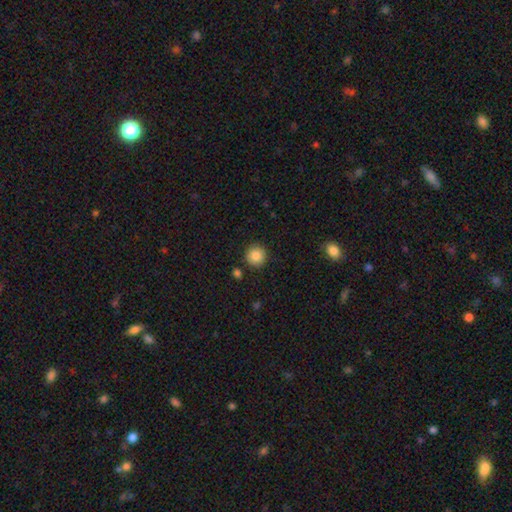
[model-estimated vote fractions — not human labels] Smooth or featured? Predicted: smooth (p=0.86). How rounded? Predicted: round (p=0.94). Merging? Predicted: none (p=0.89).